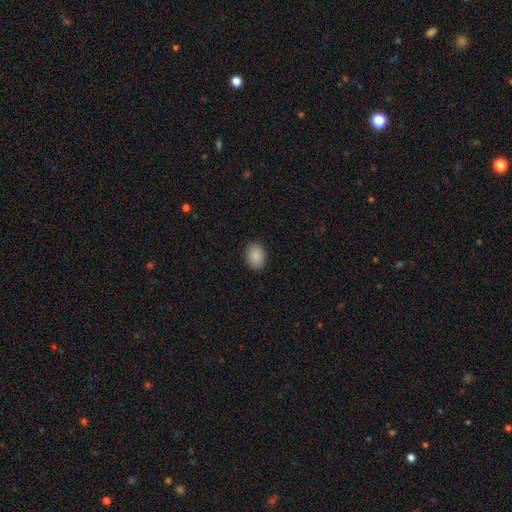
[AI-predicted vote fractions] Smooth or featured? smooth (89%)
How rounded? in between (73%)
Merging? none (89%)